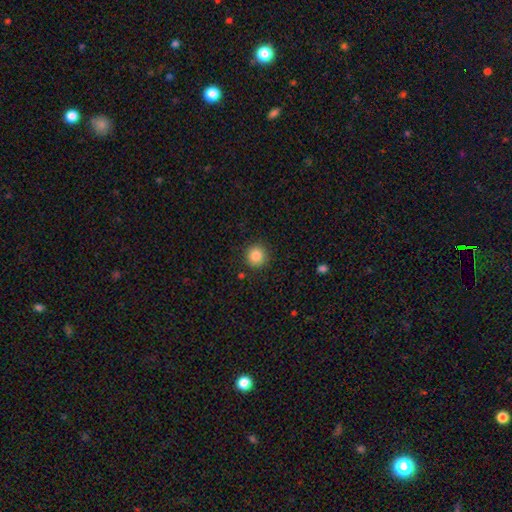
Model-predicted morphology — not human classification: smooth 86%, star or artifact 10%, featured or disk 4%. Down the decision tree: how rounded — round (94%); merging — none (90%).